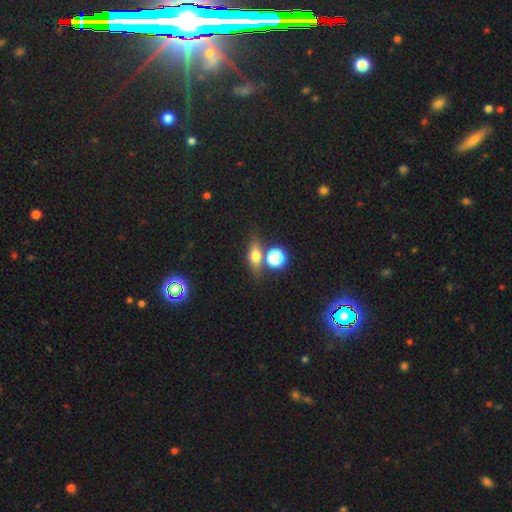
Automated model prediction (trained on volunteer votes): This appears to be a smooth galaxy with no disk features (55%) that is in between round and cigar-shaped (49%). Merging: none (68%).